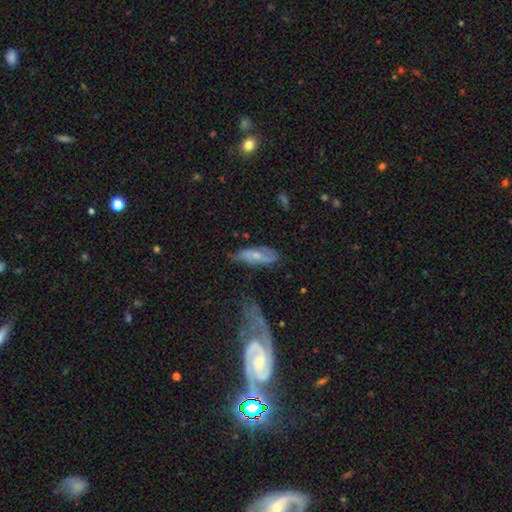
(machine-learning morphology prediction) A featured or disk galaxy (57%). Merging: none (58%).